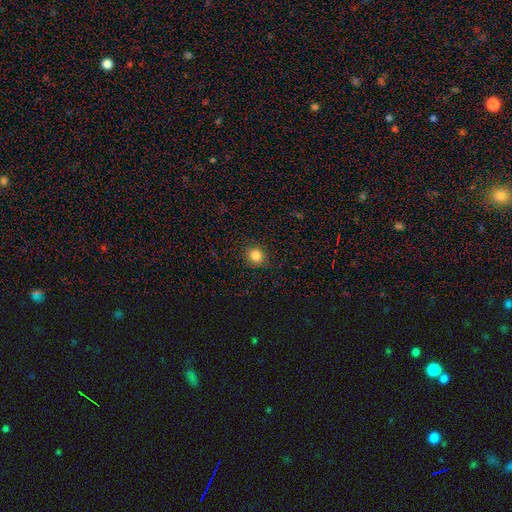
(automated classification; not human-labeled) A smooth galaxy with no disk features (84%) that is round (86%). Merging: none (89%).